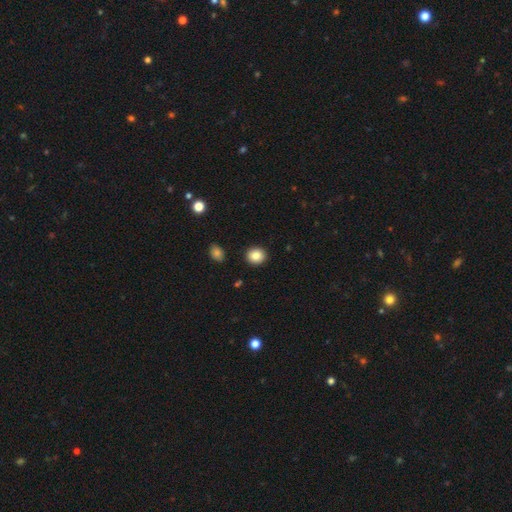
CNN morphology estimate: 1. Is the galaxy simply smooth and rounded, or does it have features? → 86% smooth, 9% star or artifact, 5% featured or disk.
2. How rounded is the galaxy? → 74% round, 25% in between, 1% cigar-shaped.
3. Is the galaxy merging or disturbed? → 90% none, 6% minor disturbance, 2% major disturbance, 2% merger.